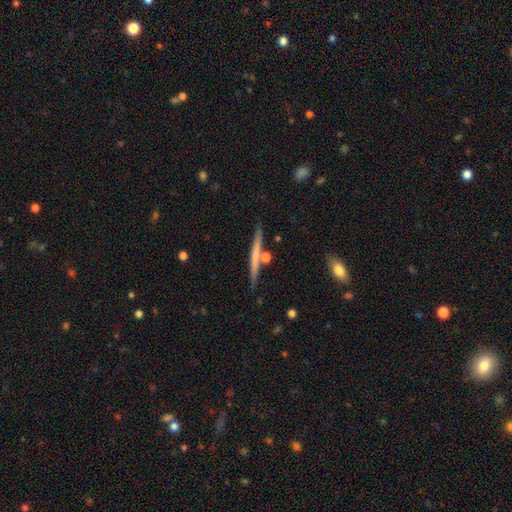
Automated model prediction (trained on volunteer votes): A featured or disk galaxy (50%) viewed edge-on (96%). Merging: none (82%).